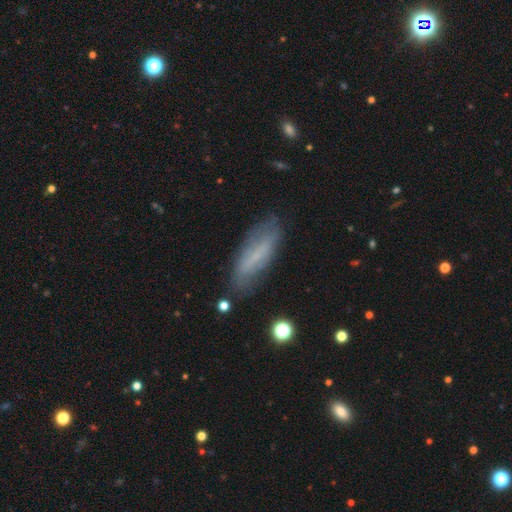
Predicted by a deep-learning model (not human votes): Morphology: type=smooth (56%); roundness=cigar-shaped (56%); merging=none (75%).